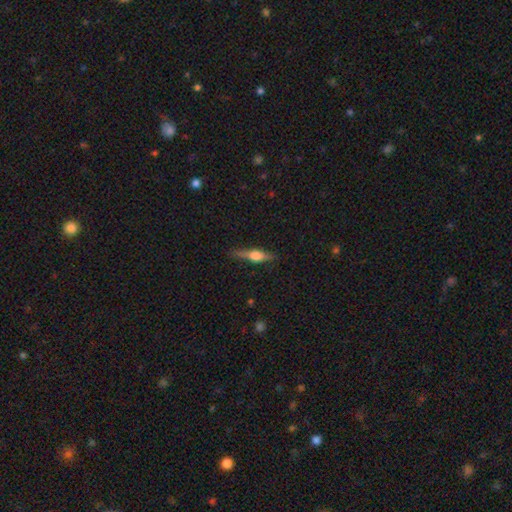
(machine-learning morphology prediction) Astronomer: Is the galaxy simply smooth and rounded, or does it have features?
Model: featured or disk — 60%.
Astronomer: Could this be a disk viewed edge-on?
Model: yes — 96%.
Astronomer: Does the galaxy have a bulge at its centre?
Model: rounded — 88%.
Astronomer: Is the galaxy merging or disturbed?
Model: none — 84%.